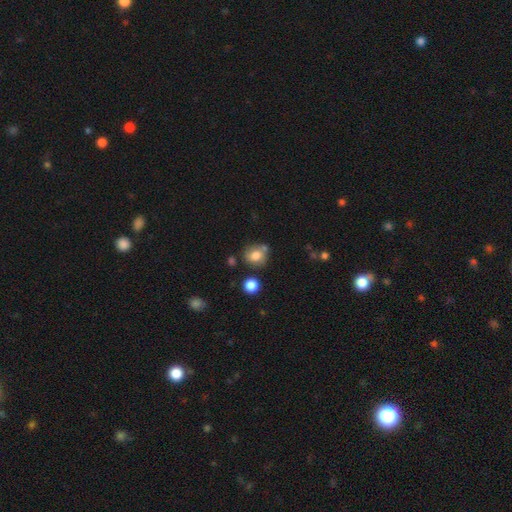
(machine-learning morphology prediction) Smooth or featured: smooth — 76% (featured or disk — 13%)
How rounded: round — 77% (in between — 22%)
Merging: none — 65% (minor disturbance — 16%)